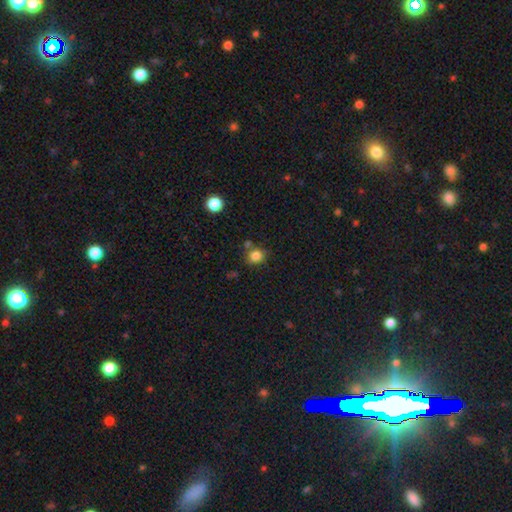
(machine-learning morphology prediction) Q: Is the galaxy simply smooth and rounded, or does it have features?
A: smooth — 83%.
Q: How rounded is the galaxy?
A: round — 78%.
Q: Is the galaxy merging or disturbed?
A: none — 69%.